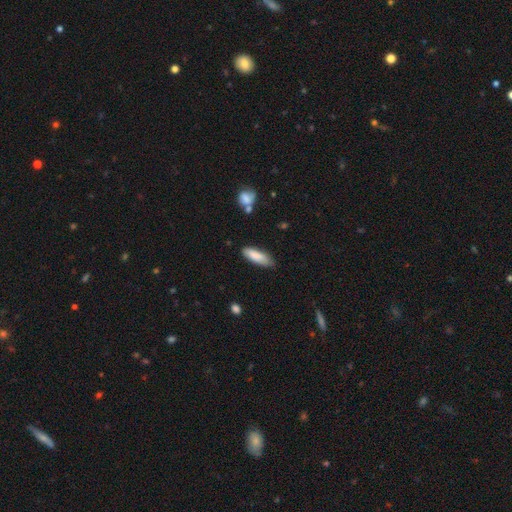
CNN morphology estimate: Smooth or featured?
  - smooth: 85% *
  - featured or disk: 9%
  - star or artifact: 6%
How rounded?
  - in between: 55% *
  - cigar-shaped: 44%
  - round: 2%
Merging?
  - none: 75% *
  - minor disturbance: 19%
  - major disturbance: 3%
  - merger: 2%